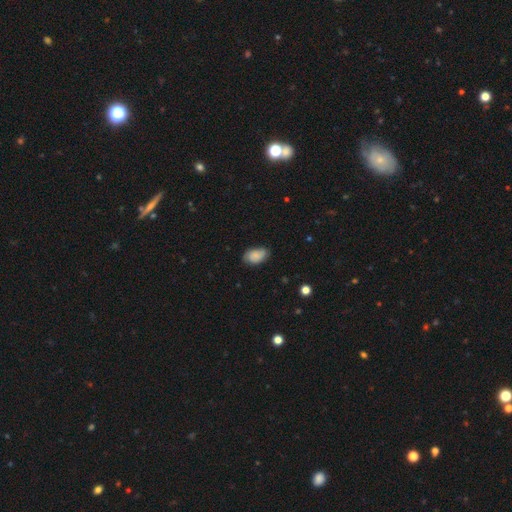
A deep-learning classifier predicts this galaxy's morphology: Smooth or featured: smooth — 81% (featured or disk — 11%)
How rounded: in between — 92% (round — 7%)
Merging: none — 71% (minor disturbance — 23%)